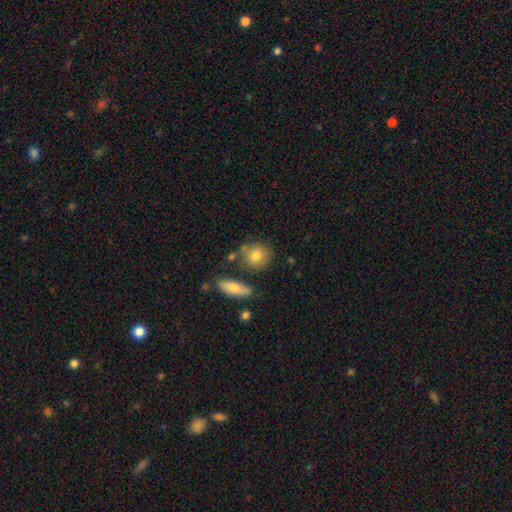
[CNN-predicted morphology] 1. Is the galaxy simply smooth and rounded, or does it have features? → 80% smooth, 13% featured or disk, 8% star or artifact.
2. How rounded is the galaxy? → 77% round, 21% in between, 2% cigar-shaped.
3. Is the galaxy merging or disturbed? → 67% none, 16% minor disturbance, 12% merger, 5% major disturbance.